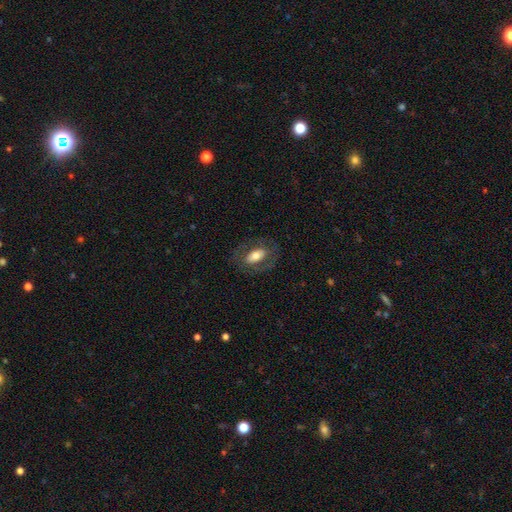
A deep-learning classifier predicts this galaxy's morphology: Smooth or featured?
  - smooth: 61% *
  - featured or disk: 32%
  - star or artifact: 7%
How rounded?
  - in between: 90% *
  - round: 7%
  - cigar-shaped: 4%
Merging?
  - none: 76% *
  - minor disturbance: 13%
  - major disturbance: 9%
  - merger: 1%